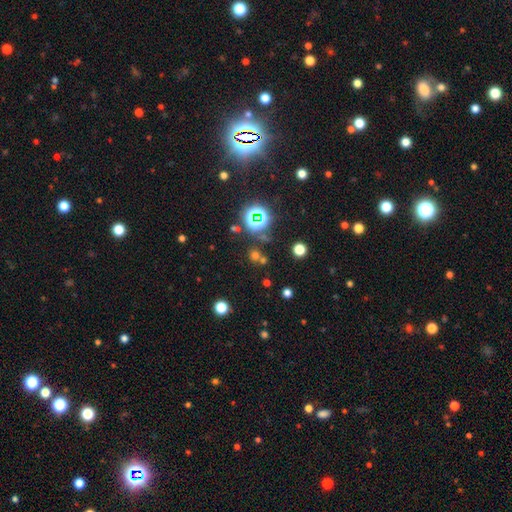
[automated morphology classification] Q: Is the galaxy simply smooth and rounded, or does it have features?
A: star or artifact — 53%.